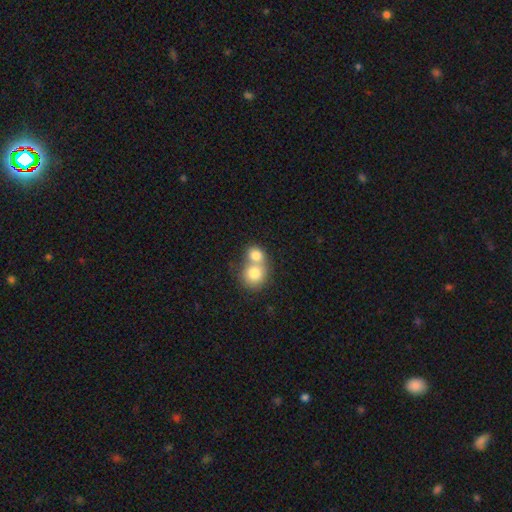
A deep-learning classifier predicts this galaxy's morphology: A smooth galaxy with no disk features (78%) that is round (74%).

Vote fractions:
- Smooth or featured? smooth: 78% / featured or disk: 14% / star or artifact: 8%
- How rounded? round: 74% / in between: 25% / cigar-shaped: 1%
- Merging? merger: 69% / none: 24% / minor disturbance: 5% / major disturbance: 2%